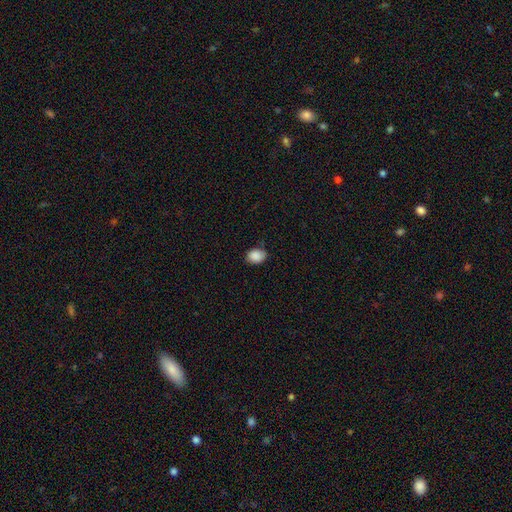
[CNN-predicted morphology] Smooth or featured? Predicted: smooth (p=0.89). How rounded? Predicted: in between (p=0.65). Merging? Predicted: none (p=0.77).